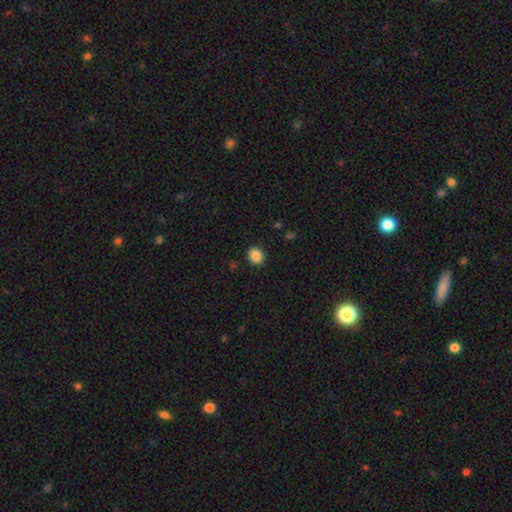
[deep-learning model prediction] Overall: smooth (87%). How rounded: round (65%; in between 34%). Merging: none (89%).